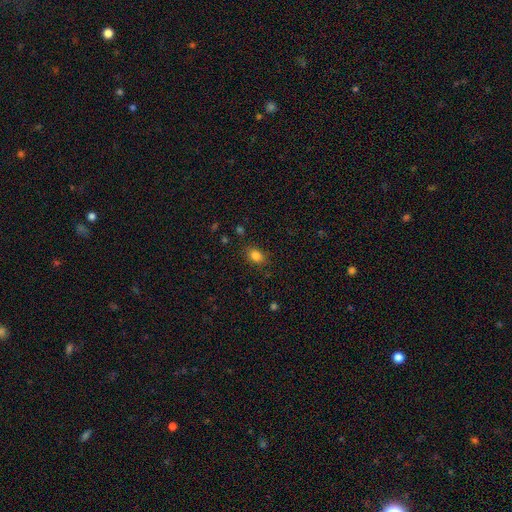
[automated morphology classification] Overall: smooth (83%). How rounded: in between (65%; round 34%). Merging: none (83%).